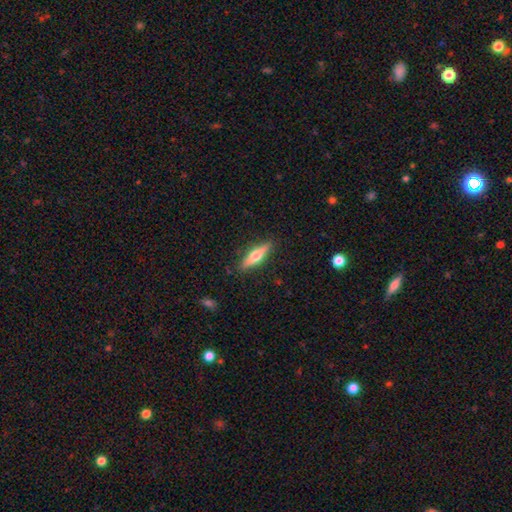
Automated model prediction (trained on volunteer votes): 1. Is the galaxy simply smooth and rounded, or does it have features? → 47% smooth (tied), 47% featured or disk (tied), 6% star or artifact.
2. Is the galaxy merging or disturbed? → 87% none, 9% minor disturbance, 2% major disturbance, 1% merger.